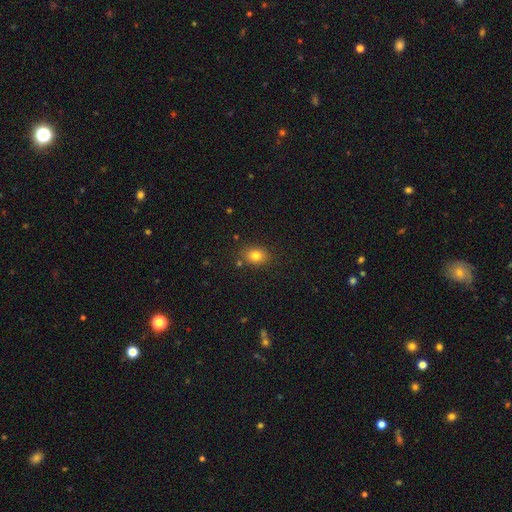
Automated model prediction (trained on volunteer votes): smooth-or-featured: smooth: 79% | star or artifact: 12% | featured or disk: 8%
  how-rounded: in between: 56% | round: 43% | cigar-shaped: 1%
  merging: none: 82% | minor disturbance: 11% | merger: 4% | major disturbance: 3%